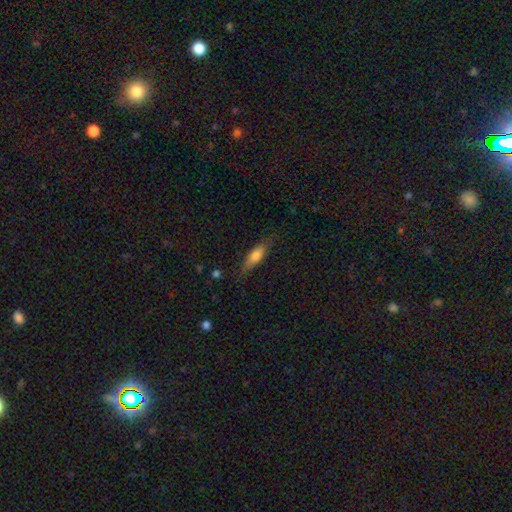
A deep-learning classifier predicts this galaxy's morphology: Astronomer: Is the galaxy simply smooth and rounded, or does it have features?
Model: smooth — 70%.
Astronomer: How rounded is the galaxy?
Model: in between — 53% (runner-up: cigar-shaped, 45%).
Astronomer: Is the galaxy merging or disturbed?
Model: none — 74%.